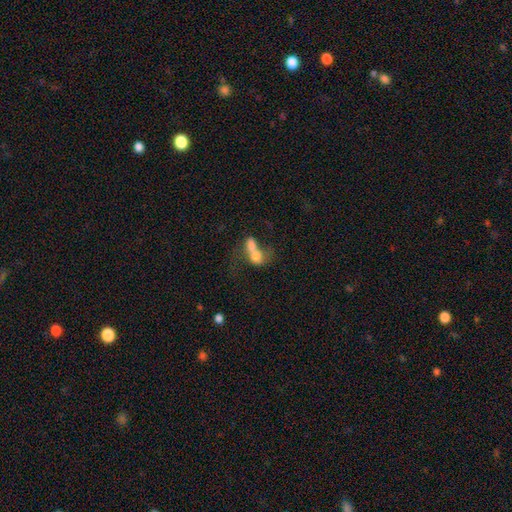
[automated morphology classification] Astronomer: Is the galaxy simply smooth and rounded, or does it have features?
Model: smooth — 64%.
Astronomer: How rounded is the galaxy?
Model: in between — 67%.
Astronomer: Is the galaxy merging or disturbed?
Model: merger — 76%.